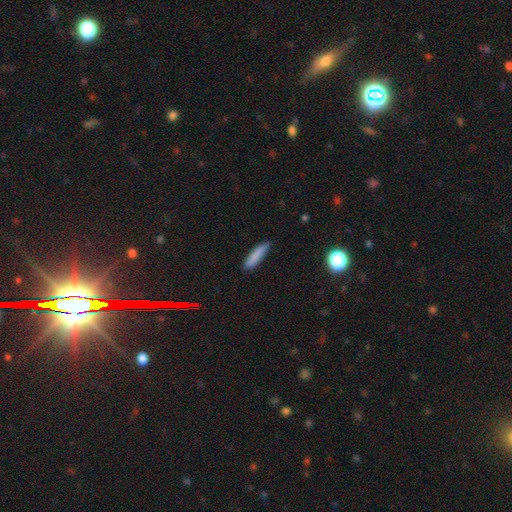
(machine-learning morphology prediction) smooth 84%, featured or disk 9%, star or artifact 7%. Down the decision tree: how rounded — cigar-shaped (82%); merging — none (85%).